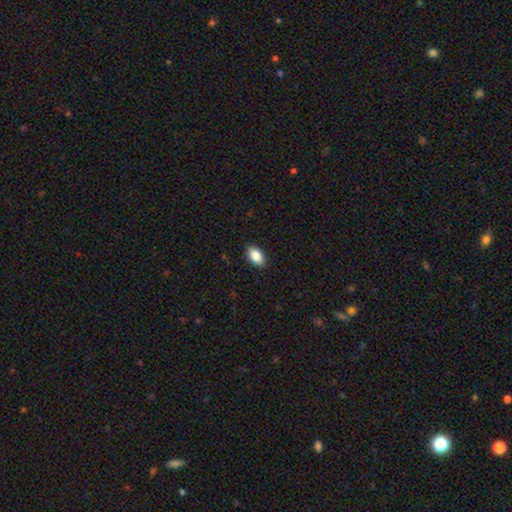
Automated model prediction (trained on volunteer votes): A smooth galaxy with no disk features (87%) that is in between round and cigar-shaped (91%). Merging: none (90%).